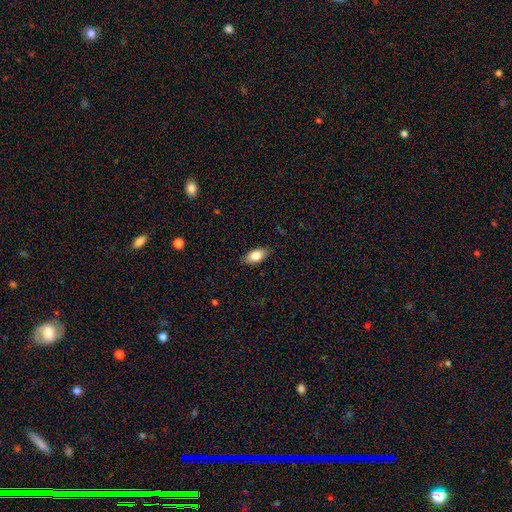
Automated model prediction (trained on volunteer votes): Smooth or featured?
  - smooth: 80% *
  - featured or disk: 13%
  - star or artifact: 7%
How rounded?
  - in between: 90% *
  - cigar-shaped: 6%
  - round: 4%
Merging?
  - none: 85% *
  - minor disturbance: 12%
  - major disturbance: 2%
  - merger: 1%